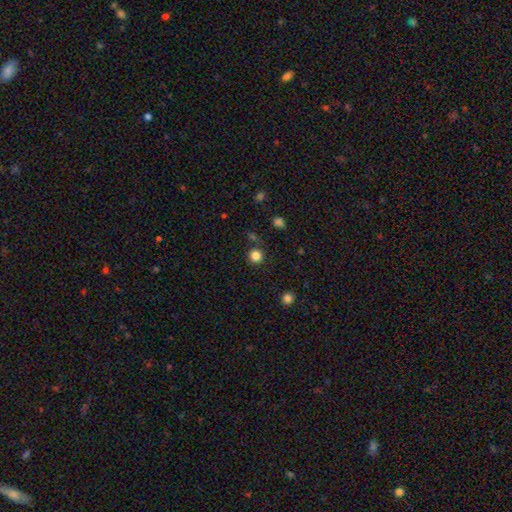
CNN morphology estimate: type=smooth (83%); roundness=round (93%); merging=none (85%).